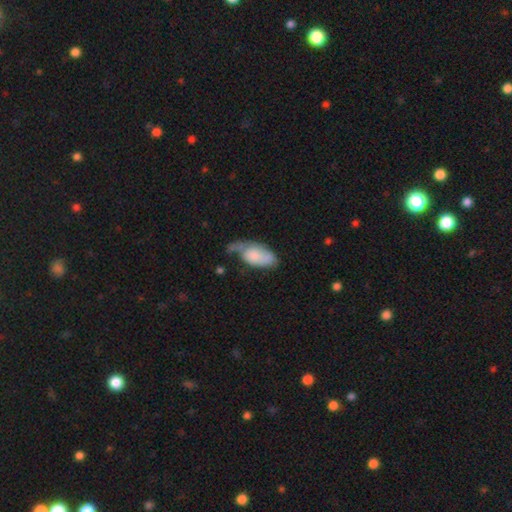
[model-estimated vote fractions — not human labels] This is likely a smooth galaxy (68%). How rounded: clearly in between (92%). Merging: marginally minor disturbance (33%).